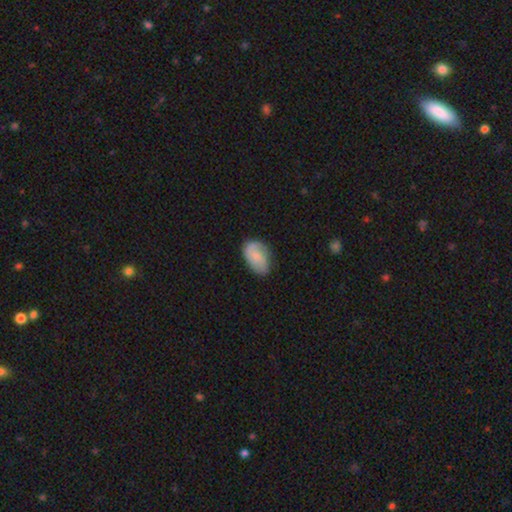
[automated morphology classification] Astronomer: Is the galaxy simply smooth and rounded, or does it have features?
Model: smooth — 64%.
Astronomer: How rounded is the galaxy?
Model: in between — 90%.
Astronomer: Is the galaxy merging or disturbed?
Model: none — 64%.